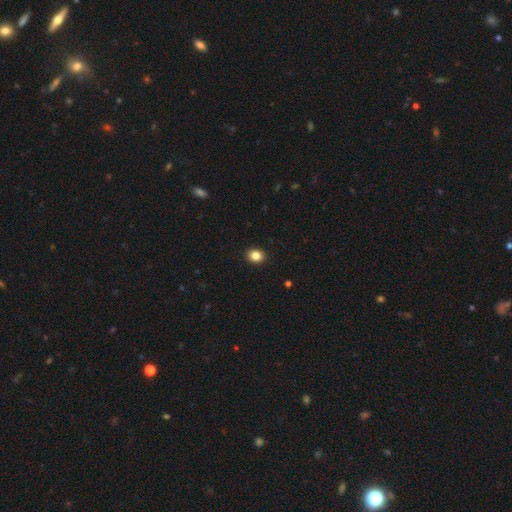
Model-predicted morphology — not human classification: Overall: smooth (85%). How rounded: round (59%; in between 40%). Merging: none (92%).